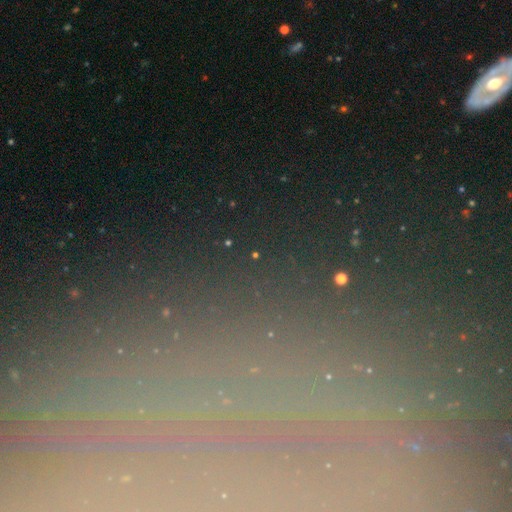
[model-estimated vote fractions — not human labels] Overall: star or artifact (68%).